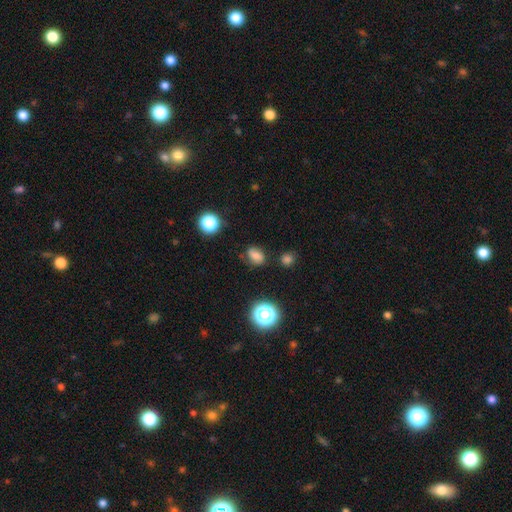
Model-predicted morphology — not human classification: A smooth galaxy with no disk features (69%) that is in between round and cigar-shaped (67%). Merging: none (69%).